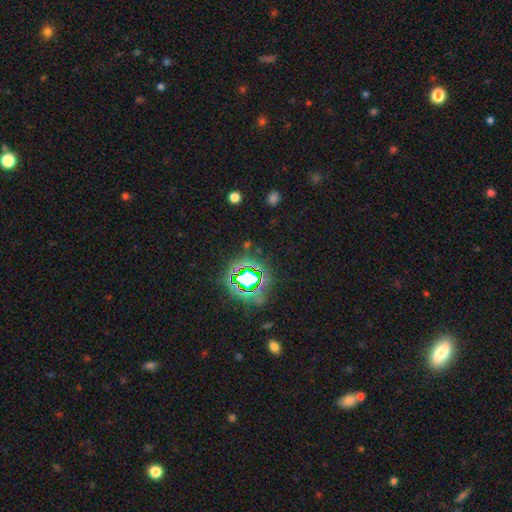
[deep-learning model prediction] star or artifact 80%, smooth 13%, featured or disk 7%.